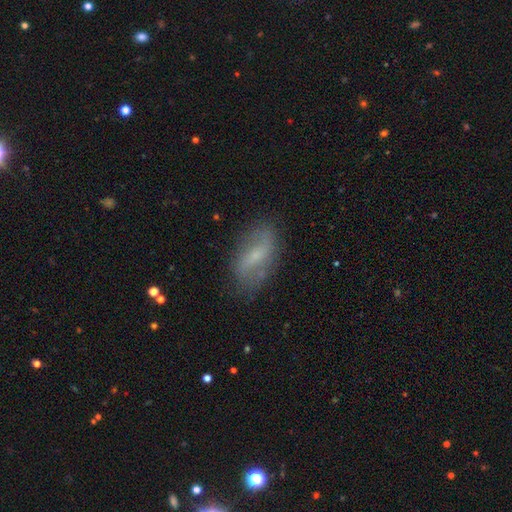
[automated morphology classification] Q: Smooth or featured?
A: featured or disk (54%); runner-up: smooth (37%)
Q: Edge-on disk?
A: no (90%); runner-up: yes (10%)
Q: Merging?
A: none (74%); runner-up: minor disturbance (18%)